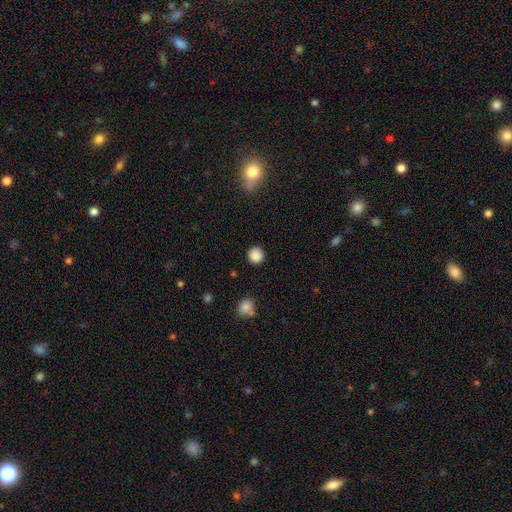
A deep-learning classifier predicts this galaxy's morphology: smooth_or_featured: smooth (p=0.87) [alt: star or artifact p=0.10]
how_rounded: round (p=0.93) [alt: in between p=0.06]
merging: none (p=0.91) [alt: minor disturbance p=0.06]